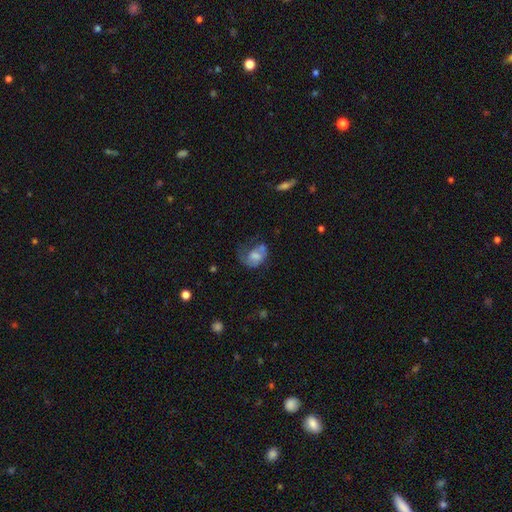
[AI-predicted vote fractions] Smooth or featured? smooth (50%)
How rounded? in between (70%)
Merging? major disturbance (39%)